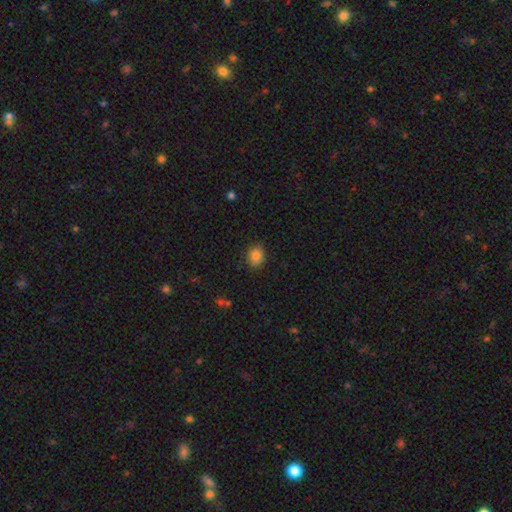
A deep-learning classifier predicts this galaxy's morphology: smooth-or-featured: smooth: 84% | star or artifact: 11% | featured or disk: 5%
  how-rounded: in between: 53% | round: 46% | cigar-shaped: 1%
  merging: none: 87% | minor disturbance: 10% | major disturbance: 2% | merger: 1%